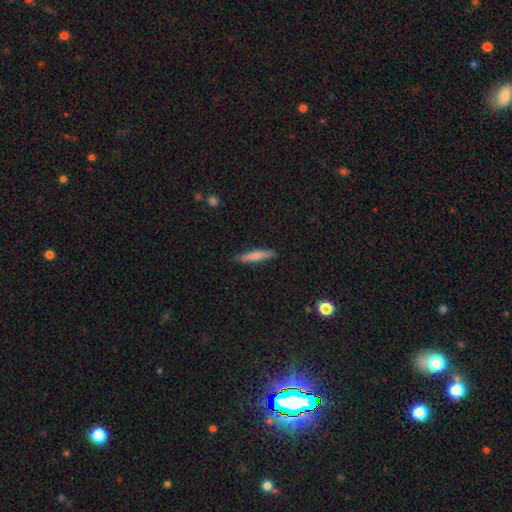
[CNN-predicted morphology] A smooth galaxy with no disk features (77%) that is cigar-shaped (88%). Merging: none (86%).